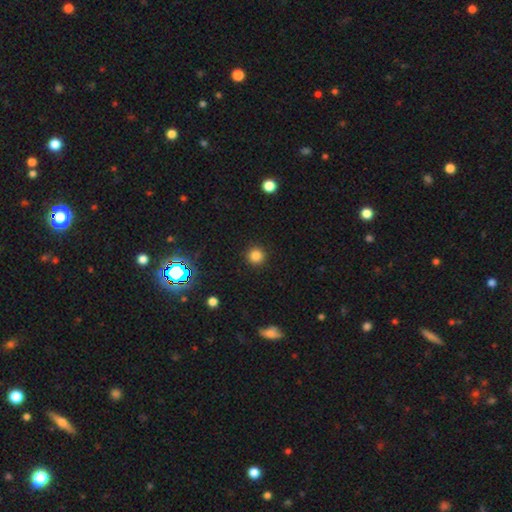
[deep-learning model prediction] A smooth galaxy with no disk features (81%) that is round (95%).

Vote fractions:
- Smooth or featured? smooth: 81% / star or artifact: 15% / featured or disk: 4%
- How rounded? round: 95% / in between: 4% / cigar-shaped: 1%
- Merging? none: 92% / minor disturbance: 5% / major disturbance: 2% / merger: 1%